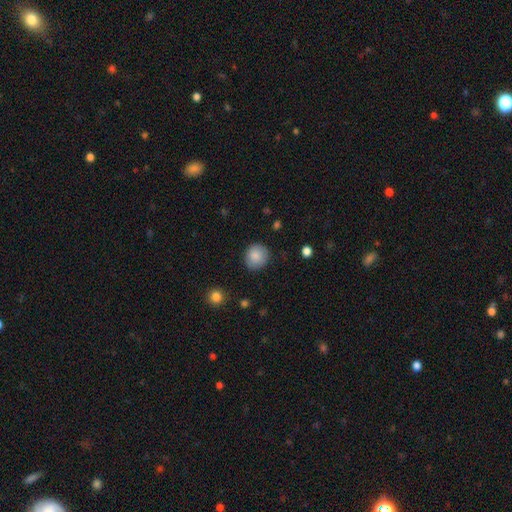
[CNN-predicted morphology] type=smooth (88%); roundness=round (88%); merging=none (86%).